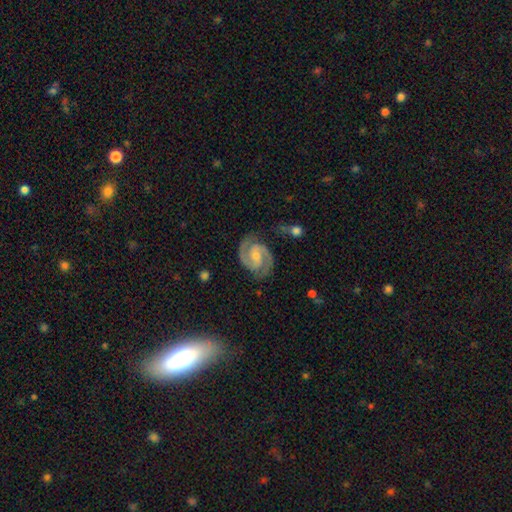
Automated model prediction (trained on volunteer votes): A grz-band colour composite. It shows a featured or disk galaxy (92%) with a weak bar (50%), 2 (94%) medium (56%) spiral arms (98%) and a small central bulge (47%). Merging: none (79%).